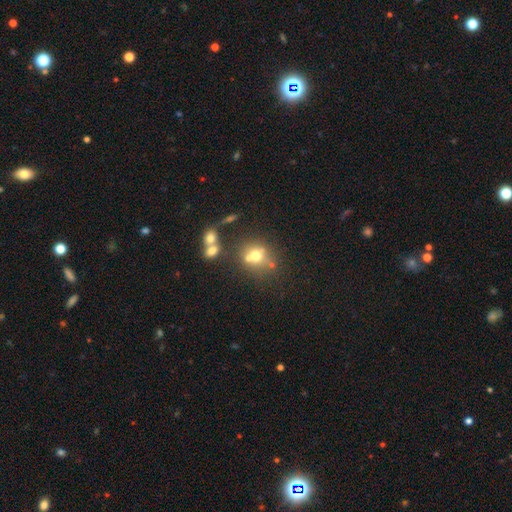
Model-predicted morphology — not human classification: The model was most divided on "merging": none: 49%, merger: 33%, minor disturbance: 12%, major disturbance: 6%. More confident: how rounded — round (76%); smooth or featured — smooth (63%).